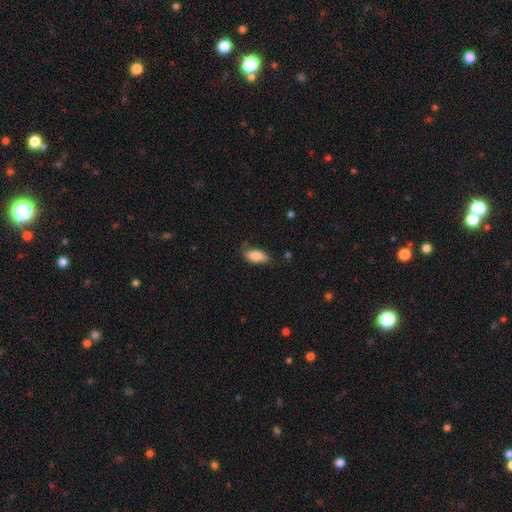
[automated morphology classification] smooth-or-featured: smooth: 83% | featured or disk: 11% | star or artifact: 7%
  how-rounded: in between: 85% | cigar-shaped: 13% | round: 2%
  merging: none: 74% | minor disturbance: 21% | major disturbance: 4% | merger: 2%